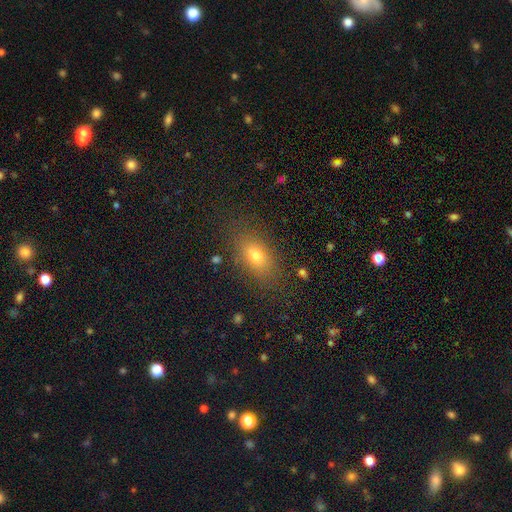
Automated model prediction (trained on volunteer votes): This appears to be a smooth galaxy with no disk features (75%) that is in between round and cigar-shaped (83%). Merging: none (83%).